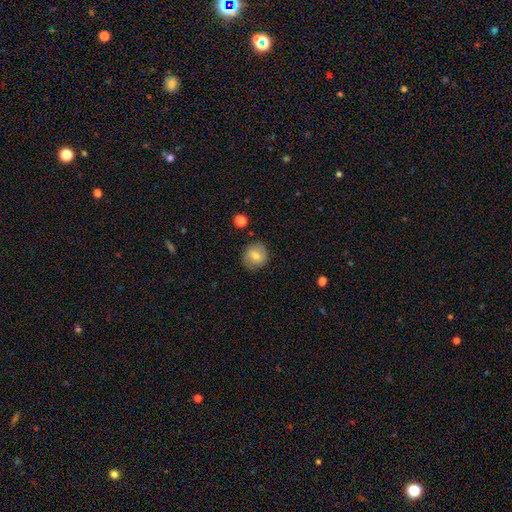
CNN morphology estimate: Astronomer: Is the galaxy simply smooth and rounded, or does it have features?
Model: smooth — 71%.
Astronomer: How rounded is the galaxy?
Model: round — 84%.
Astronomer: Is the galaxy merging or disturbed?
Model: none — 82%.